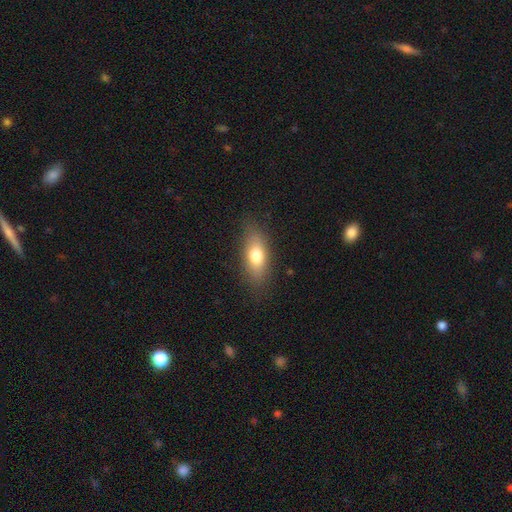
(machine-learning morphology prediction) A smooth galaxy with no disk features (73%) that is in between round and cigar-shaped (75%). Merging: none (81%).